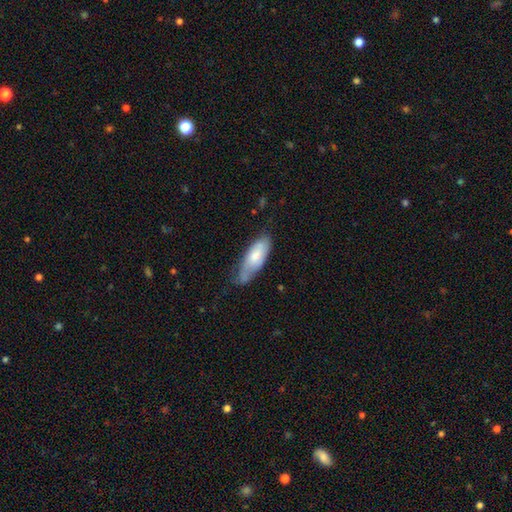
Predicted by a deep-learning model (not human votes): Smooth or featured: smooth — 66% (featured or disk — 29%)
How rounded: in between — 70% (cigar-shaped — 28%)
Merging: none — 46% (minor disturbance — 39%)